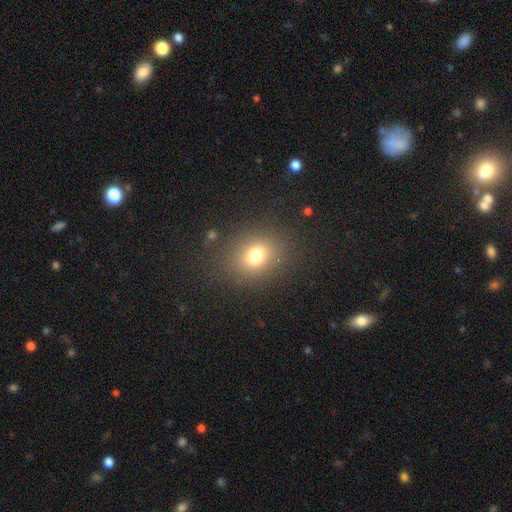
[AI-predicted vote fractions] The model was most divided on "how rounded": round: 54%, in between: 45%, cigar-shaped: 1%. More confident: merging — none (83%); smooth or featured — smooth (74%).